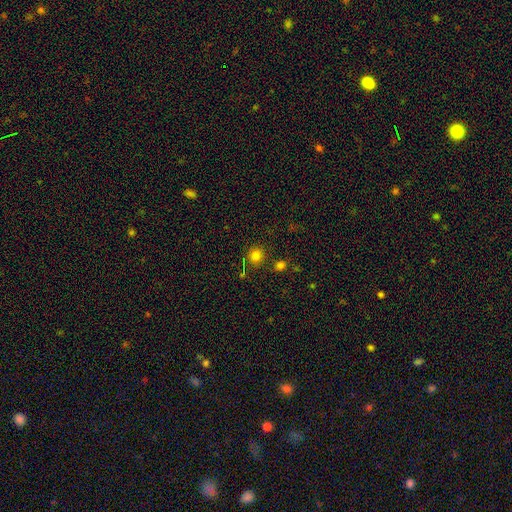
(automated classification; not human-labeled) This appears to be a smooth galaxy with no disk features (78%) that is round (86%). Merging: none (80%).